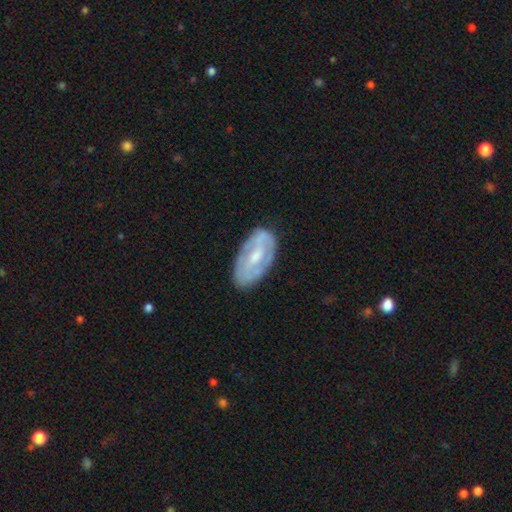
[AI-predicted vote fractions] This appears to be a featured or disk galaxy (60%) with a weak bar (42%), spiral arms (53%) and a moderate central bulge (53%). Merging: none (75%).